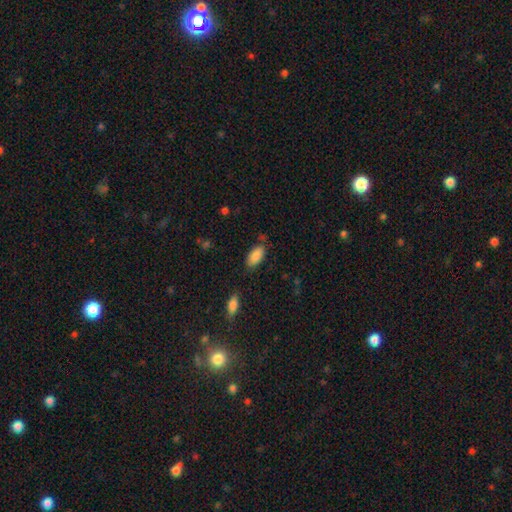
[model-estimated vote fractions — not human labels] smooth 86%, featured or disk 7%, star or artifact 7%. Down the decision tree: how rounded — in between (92%); merging — none (76%).